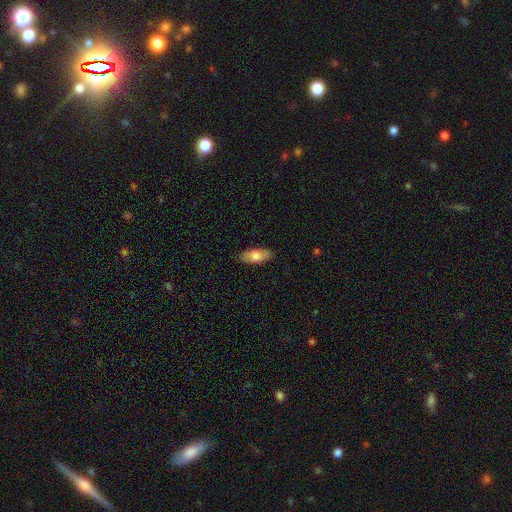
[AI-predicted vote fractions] smooth 75%, featured or disk 19%, star or artifact 6%. Down the decision tree: how rounded — in between (82%); merging — none (87%).